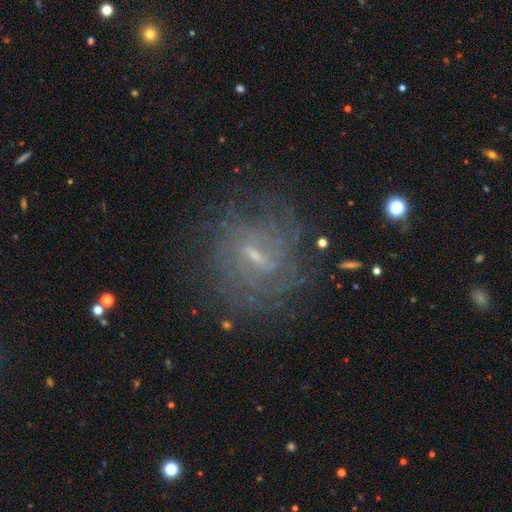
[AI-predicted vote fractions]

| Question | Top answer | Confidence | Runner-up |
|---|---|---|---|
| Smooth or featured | featured or disk | 76% | star or artifact (13%) |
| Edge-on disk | no | 94% | yes (6%) |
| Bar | weak | 57% | strong (25%) |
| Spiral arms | yes | 86% | no (14%) |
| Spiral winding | tight | 60% | medium (29%) |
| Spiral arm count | can't tell | 55% | 2 (12%) |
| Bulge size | small | 68% | moderate (21%) |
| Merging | none | 75% | minor disturbance (14%) |